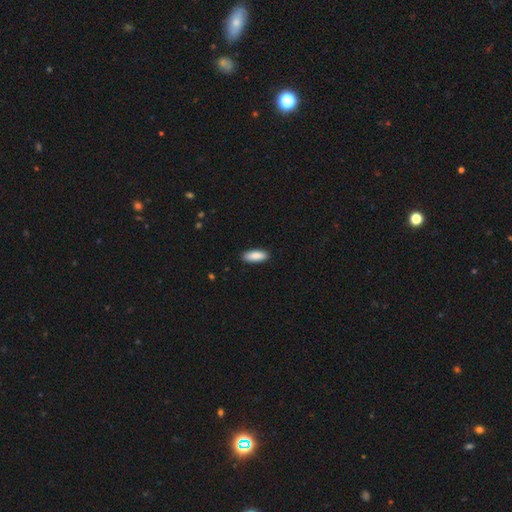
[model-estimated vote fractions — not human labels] The model was most divided on "how rounded": in between: 74%, cigar-shaped: 25%, round: 2%. More confident: smooth or featured — smooth (89%); merging — none (89%).